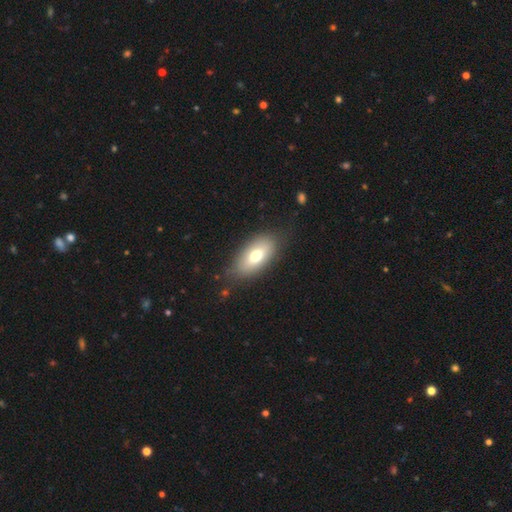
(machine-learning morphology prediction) smooth-or-featured: smooth: 72% | featured or disk: 20% | star or artifact: 8%
  how-rounded: in between: 89% | cigar-shaped: 6% | round: 4%
  merging: none: 78% | minor disturbance: 16% | major disturbance: 5% | merger: 2%